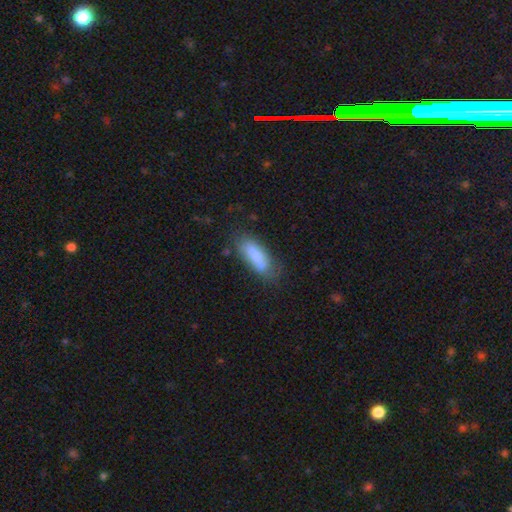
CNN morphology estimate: This appears to be a smooth galaxy with no disk features (81%) that is in between round and cigar-shaped (60%). Merging: none (66%).